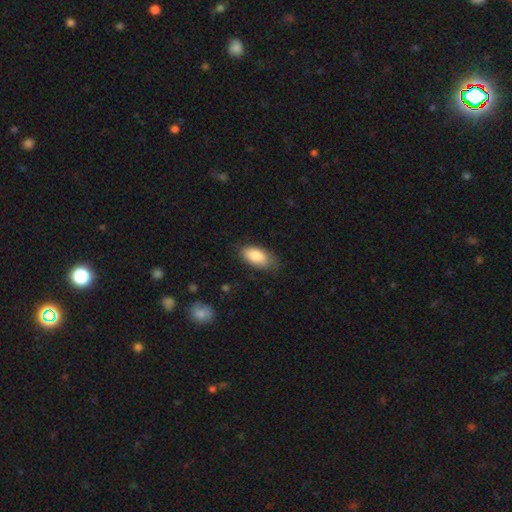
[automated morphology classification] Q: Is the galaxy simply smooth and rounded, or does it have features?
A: smooth — 85%.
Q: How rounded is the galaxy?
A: in between — 92%.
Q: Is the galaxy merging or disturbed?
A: none — 75%.